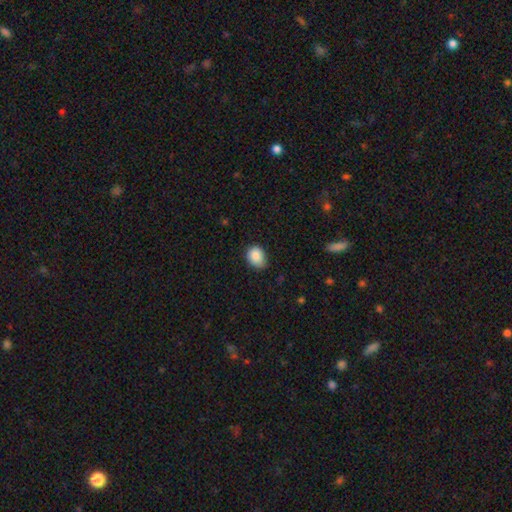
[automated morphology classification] This appears to be a smooth galaxy with no disk features (86%) that is in between round and cigar-shaped (53%). Merging: none (66%).